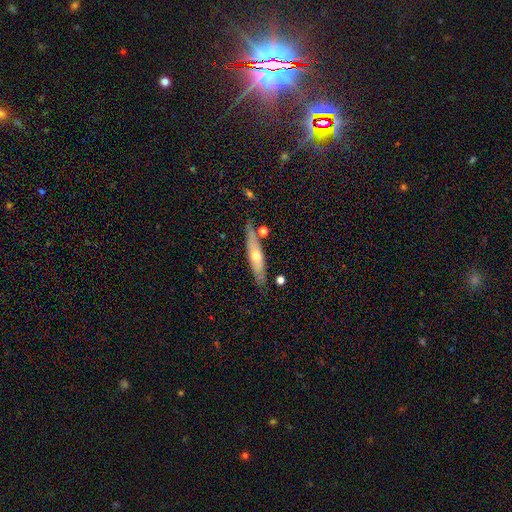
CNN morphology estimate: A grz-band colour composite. It shows a featured or disk galaxy (54%) viewed edge-on (81%). Merging: none (82%).